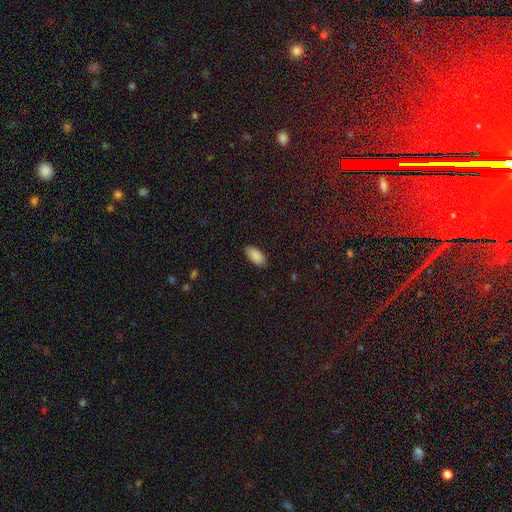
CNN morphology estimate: Smooth or featured?
  - smooth: 89% *
  - star or artifact: 7%
  - featured or disk: 4%
How rounded?
  - in between: 92% *
  - cigar-shaped: 7%
  - round: 2%
Merging?
  - none: 86% *
  - minor disturbance: 11%
  - major disturbance: 2%
  - merger: 1%